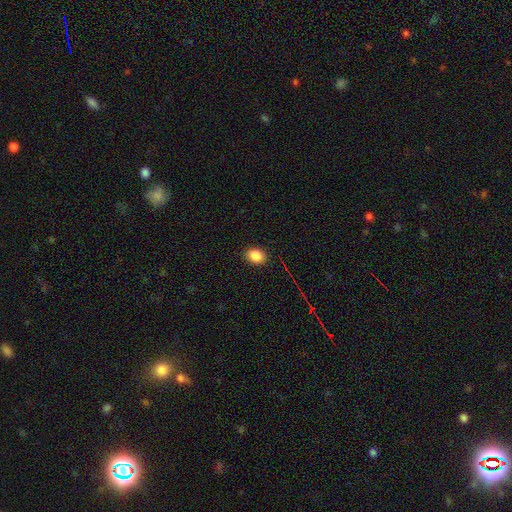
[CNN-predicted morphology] Smooth or featured?
  - smooth: 88% *
  - star or artifact: 9%
  - featured or disk: 3%
How rounded?
  - in between: 62% *
  - round: 37%
  - cigar-shaped: 1%
Merging?
  - none: 88% *
  - minor disturbance: 8%
  - major disturbance: 2%
  - merger: 1%